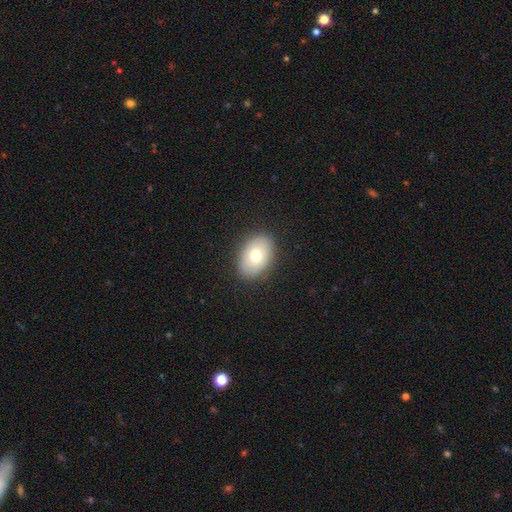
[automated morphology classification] smooth_or_featured: smooth (p=0.72) [alt: featured or disk p=0.20]
how_rounded: in between (p=0.83) [alt: round p=0.16]
merging: none (p=0.88) [alt: minor disturbance p=0.09]